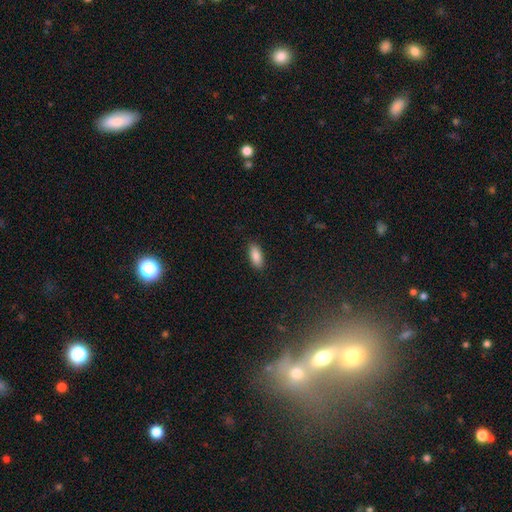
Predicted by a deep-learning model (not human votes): smooth 87%, star or artifact 7%, featured or disk 6%. Down the decision tree: how rounded — in between (85%); merging — none (88%).